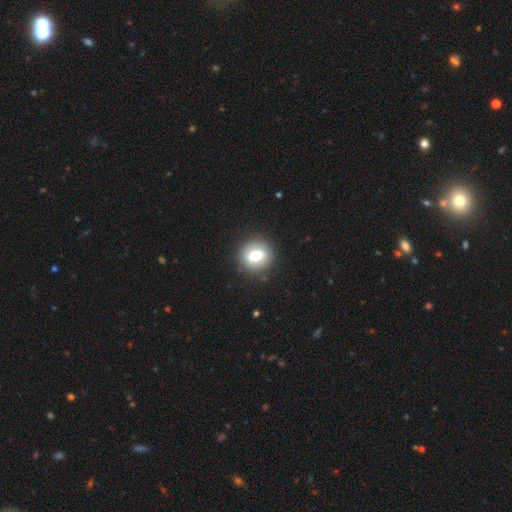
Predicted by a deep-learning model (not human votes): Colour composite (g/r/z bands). It shows a smooth galaxy with no disk features (72%) that is round (68%). Merging: none (87%).